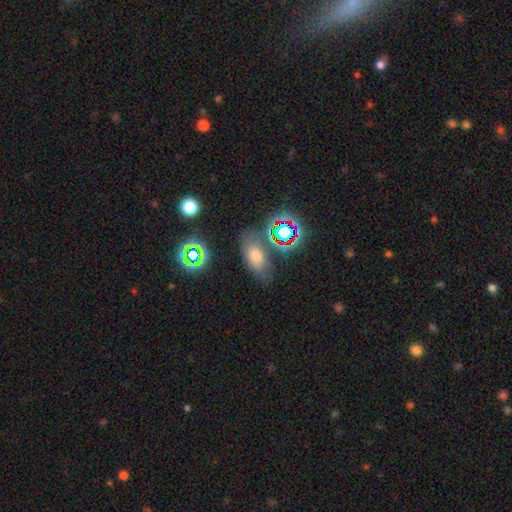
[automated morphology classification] Smooth or featured: smooth — 55% (star or artifact — 28%)
How rounded: in between — 78% (round — 14%)
Merging: none — 72% (minor disturbance — 15%)